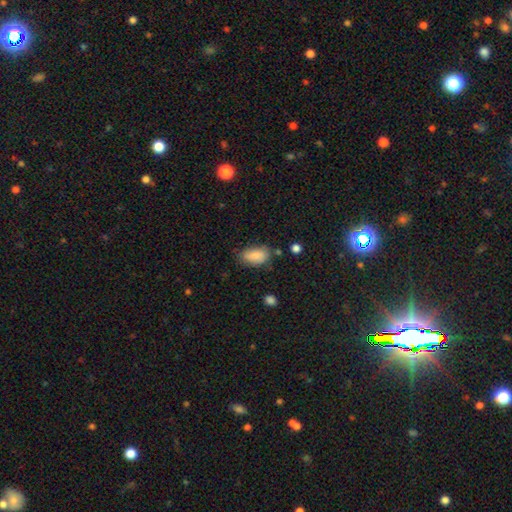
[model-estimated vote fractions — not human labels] This is clearly a smooth galaxy (84%). How rounded: clearly in between (92%). Merging: likely none (65%).